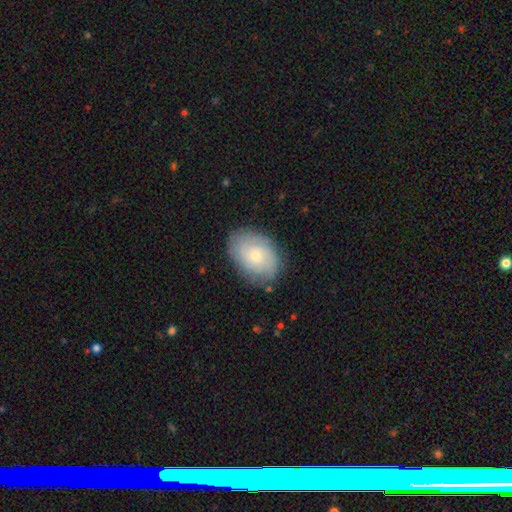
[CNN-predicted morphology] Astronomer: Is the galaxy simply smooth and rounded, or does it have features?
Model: smooth — 47% (runner-up: featured or disk, 46%).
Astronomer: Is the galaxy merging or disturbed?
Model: none — 80%.